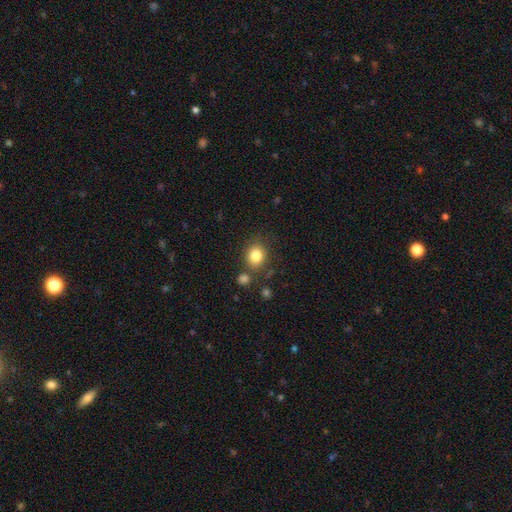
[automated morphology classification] The model was most divided on "how rounded": round: 71%, in between: 28%, cigar-shaped: 1%. More confident: smooth or featured — smooth (82%); merging — none (75%).